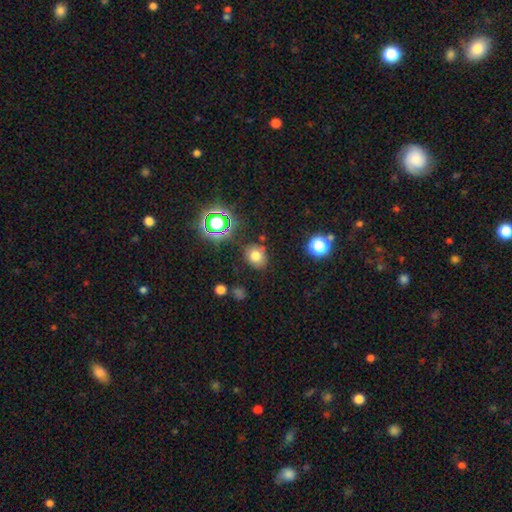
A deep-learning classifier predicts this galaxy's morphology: A smooth galaxy with no disk features (72%) that is round (64%).

Vote fractions:
- Smooth or featured? smooth: 72% / star or artifact: 18% / featured or disk: 9%
- How rounded? round: 64% / in between: 35% / cigar-shaped: 1%
- Merging? none: 78% / minor disturbance: 13% / merger: 5% / major disturbance: 4%